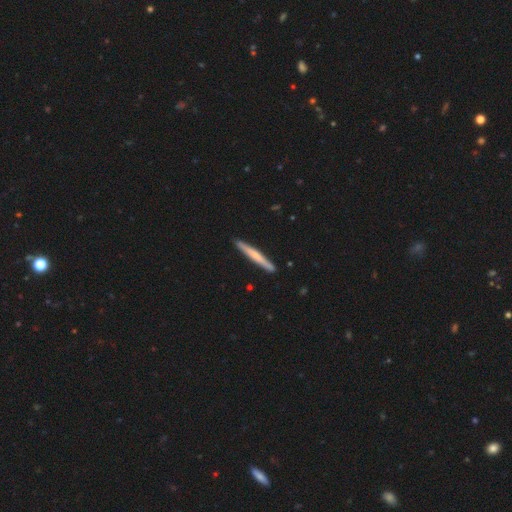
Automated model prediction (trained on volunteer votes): Smooth or featured? smooth (53%)
How rounded? cigar-shaped (96%)
Merging? none (90%)